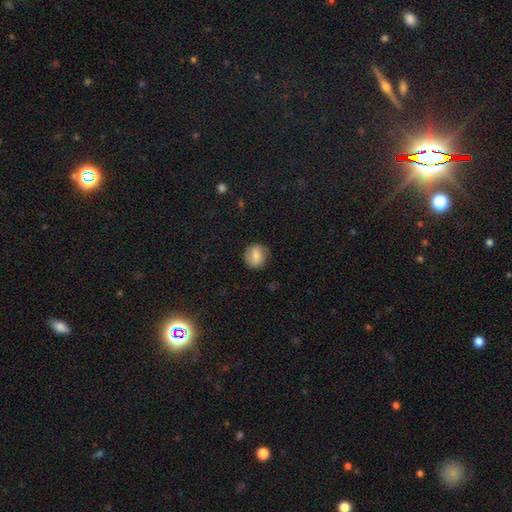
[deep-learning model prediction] Smooth or featured: smooth — 70% (featured or disk — 22%)
How rounded: round — 84% (in between — 15%)
Merging: none — 81% (minor disturbance — 14%)